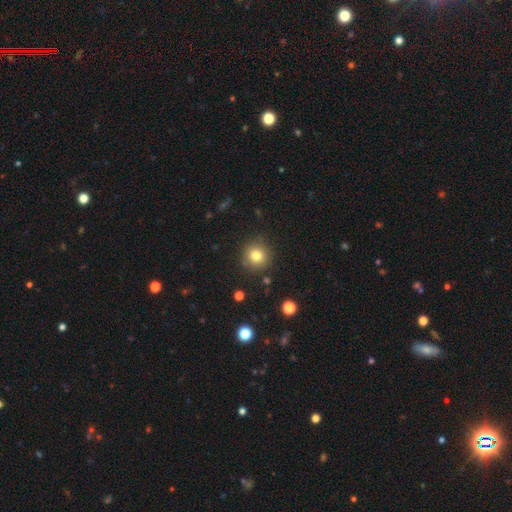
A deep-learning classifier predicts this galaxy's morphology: Overall: smooth (80%). How rounded: round (93%). Merging: none (88%).